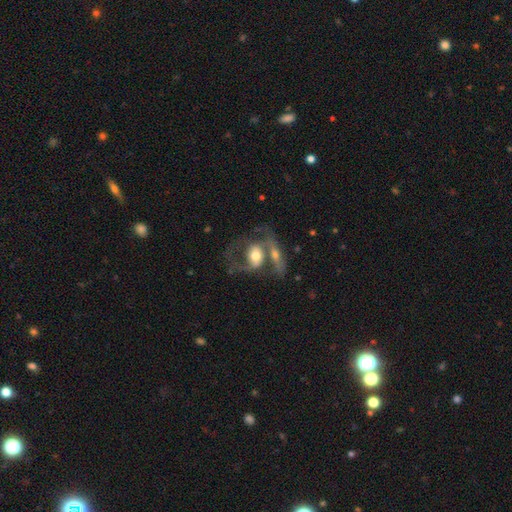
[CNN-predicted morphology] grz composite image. It shows a featured or disk galaxy (62%) with no bar (60%), spiral arms (58%) and a moderate central bulge (63%). Merging: merger (48%).